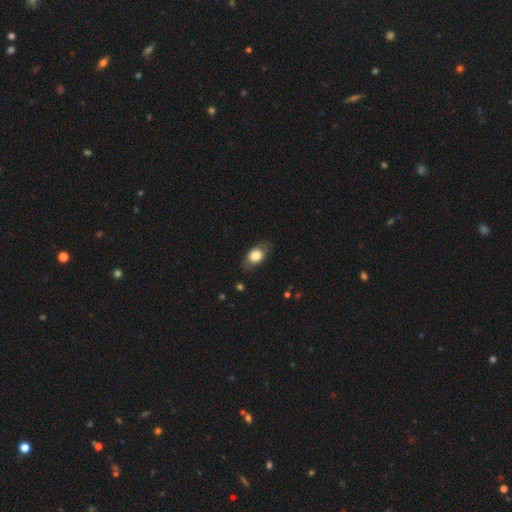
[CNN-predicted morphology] Smooth or featured: smooth — 76% (featured or disk — 17%)
How rounded: in between — 79% (round — 18%)
Merging: none — 77% (minor disturbance — 17%)